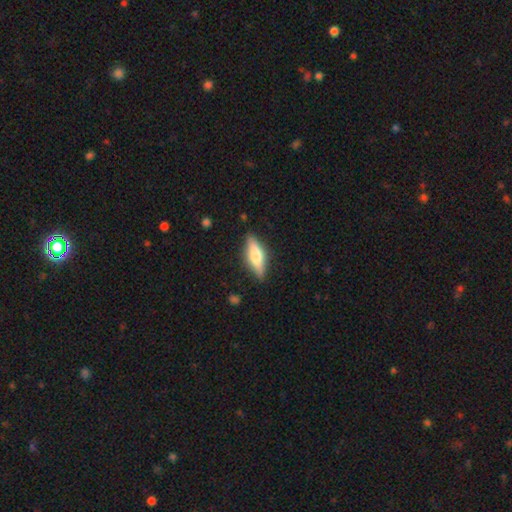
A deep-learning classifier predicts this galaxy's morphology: type=smooth (55%); roundness=cigar-shaped (51%); merging=none (85%).